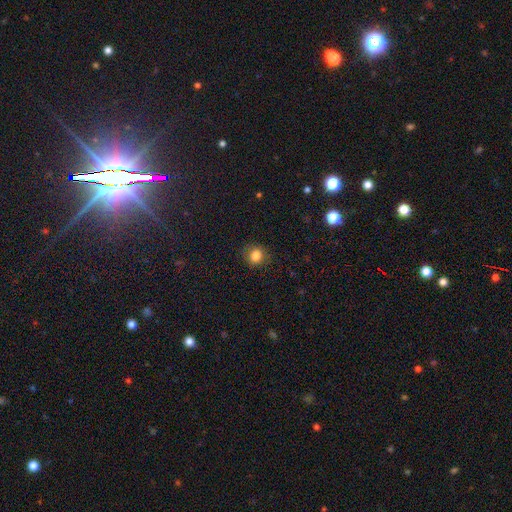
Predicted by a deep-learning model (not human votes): Morphology: type=smooth (83%); roundness=round (83%); merging=none (82%).